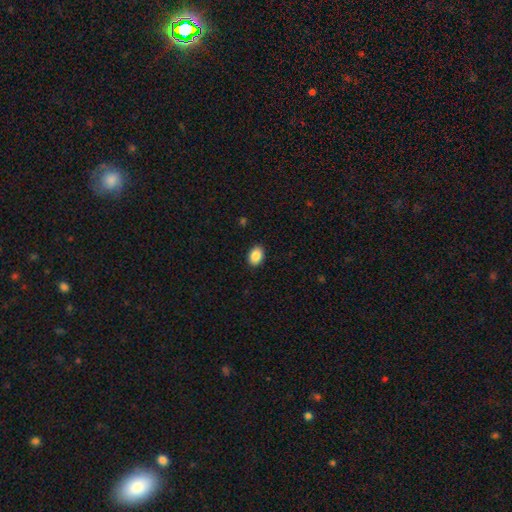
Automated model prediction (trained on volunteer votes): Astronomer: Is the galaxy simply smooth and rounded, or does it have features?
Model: smooth — 88%.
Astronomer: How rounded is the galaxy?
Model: in between — 79%.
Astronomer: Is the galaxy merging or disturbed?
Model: none — 90%.